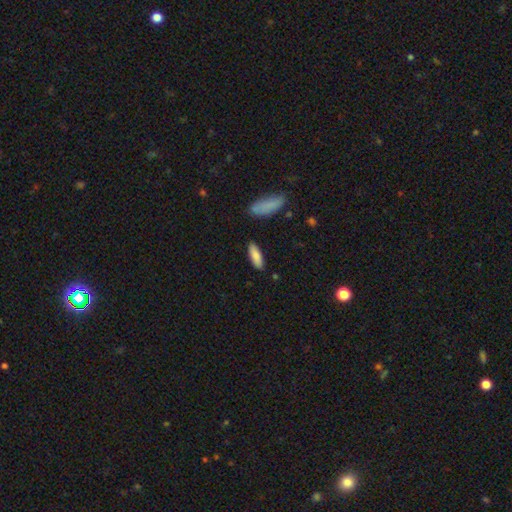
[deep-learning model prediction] smooth 84%, featured or disk 10%, star or artifact 6%. Down the decision tree: how rounded — in between (56%); merging — none (87%).